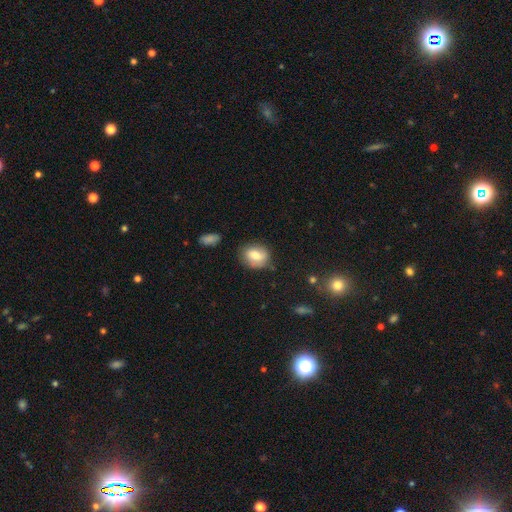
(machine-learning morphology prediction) Smooth or featured? smooth (70%)
How rounded? round (51%)
Merging? none (69%)